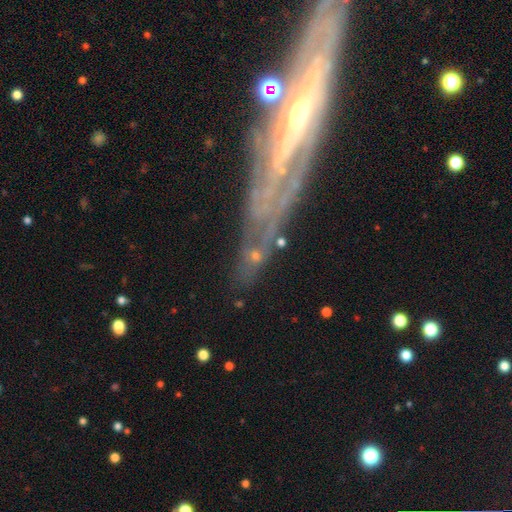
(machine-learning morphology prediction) Smooth or featured: featured or disk — 52% (smooth — 25%)
Edge-on disk: no — 73% (yes — 27%)
Merging: none — 56% (minor disturbance — 19%)